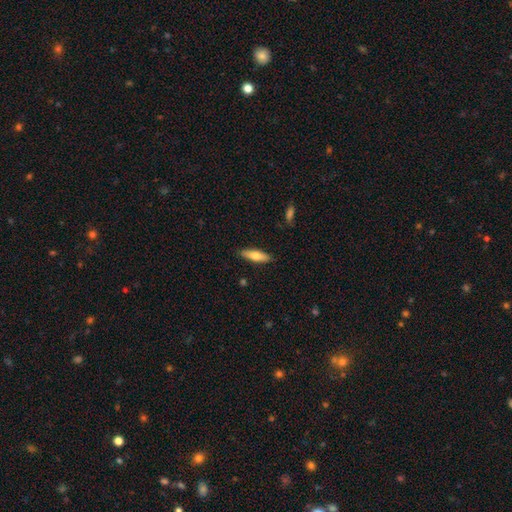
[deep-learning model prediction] This is likely a smooth galaxy (74%). How rounded: possibly cigar-shaped (55%). Merging: clearly none (87%).